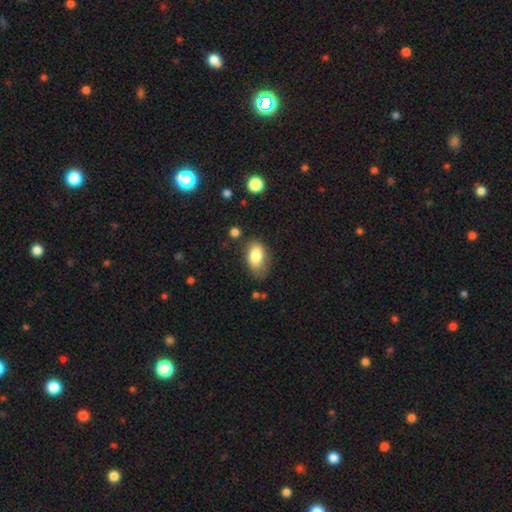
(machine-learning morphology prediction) Smooth or featured? smooth (83%)
How rounded? in between (91%)
Merging? none (61%)